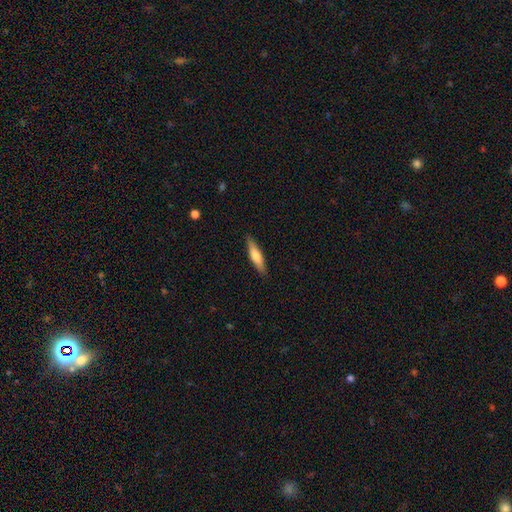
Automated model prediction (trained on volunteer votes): Smooth or featured? smooth (64%)
How rounded? cigar-shaped (79%)
Merging? none (89%)